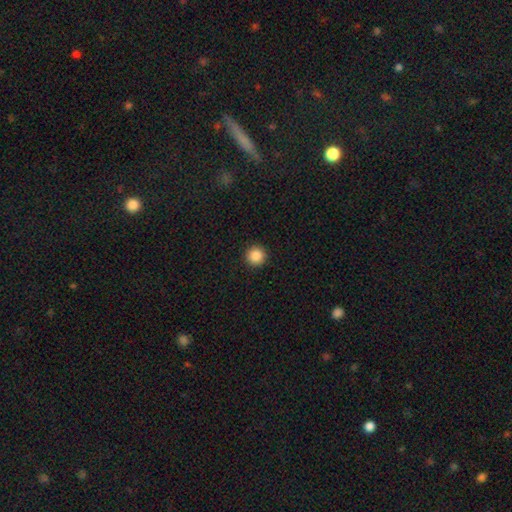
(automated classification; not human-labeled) A smooth galaxy with no disk features (87%) that is round (96%).

Vote fractions:
- Smooth or featured? smooth: 87% / star or artifact: 10% / featured or disk: 3%
- How rounded? round: 96% / in between: 3% / cigar-shaped: 1%
- Merging? none: 93% / minor disturbance: 4% / major disturbance: 2% / merger: 1%